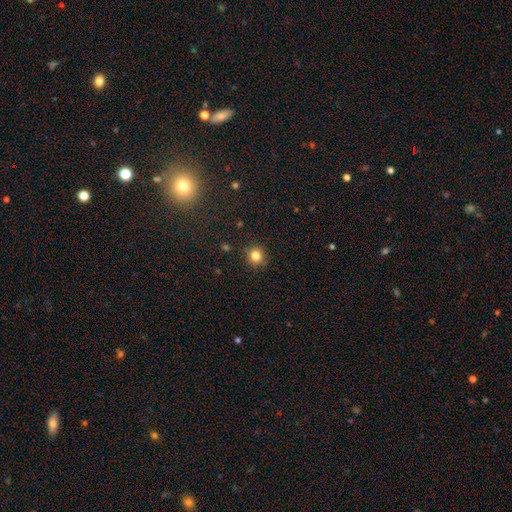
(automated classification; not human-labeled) Smooth or featured?
  - smooth: 82% *
  - star or artifact: 12%
  - featured or disk: 6%
How rounded?
  - round: 92% *
  - in between: 7%
  - cigar-shaped: 1%
Merging?
  - none: 89% *
  - minor disturbance: 7%
  - major disturbance: 2%
  - merger: 1%